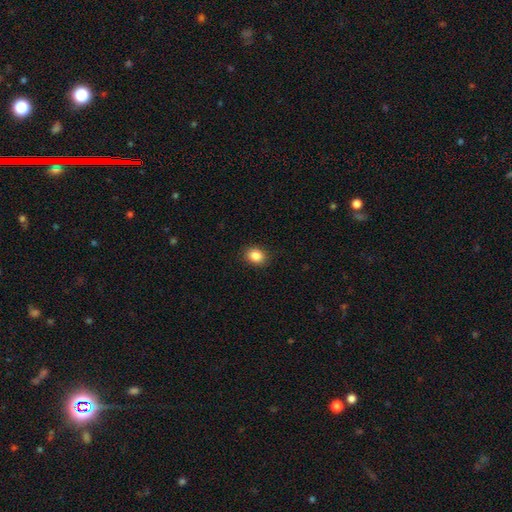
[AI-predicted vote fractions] A smooth galaxy with no disk features (86%) that is round (54%). Merging: none (89%).